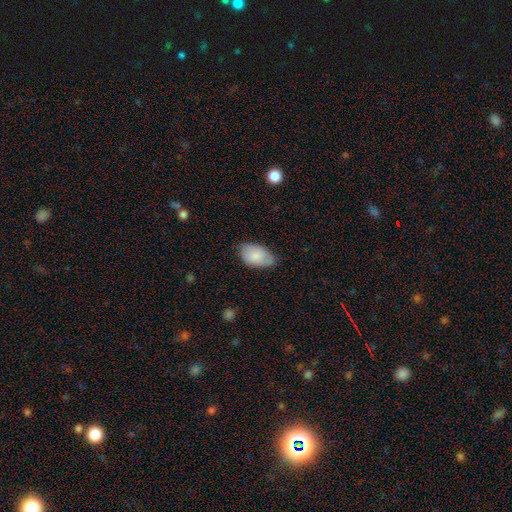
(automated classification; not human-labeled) Smooth or featured? Predicted: smooth (p=0.82). How rounded? Predicted: in between (p=0.94). Merging? Predicted: none (p=0.67).